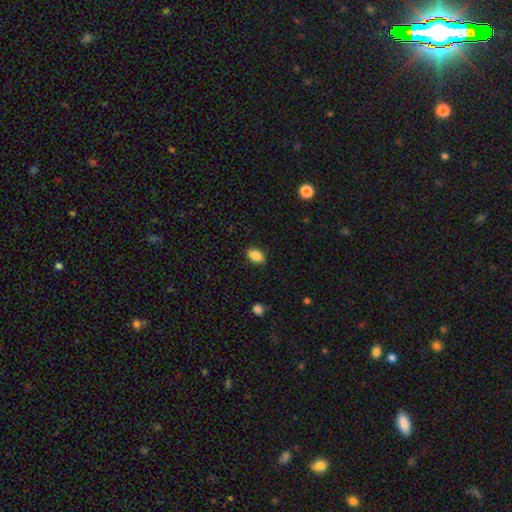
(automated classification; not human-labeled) smooth_or_featured: smooth (p=0.87) [alt: star or artifact p=0.08]
how_rounded: in between (p=0.88) [alt: round p=0.10]
merging: none (p=0.86) [alt: minor disturbance p=0.10]